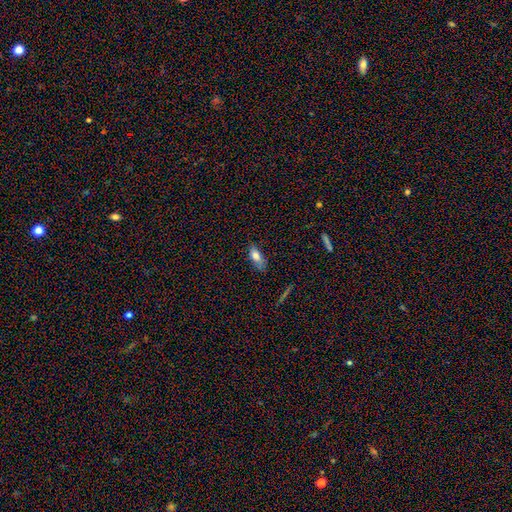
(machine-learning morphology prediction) smooth-or-featured: smooth: 74% | featured or disk: 16% | star or artifact: 11%
  how-rounded: in between: 80% | cigar-shaped: 15% | round: 5%
  merging: none: 63% | minor disturbance: 26% | major disturbance: 8% | merger: 3%